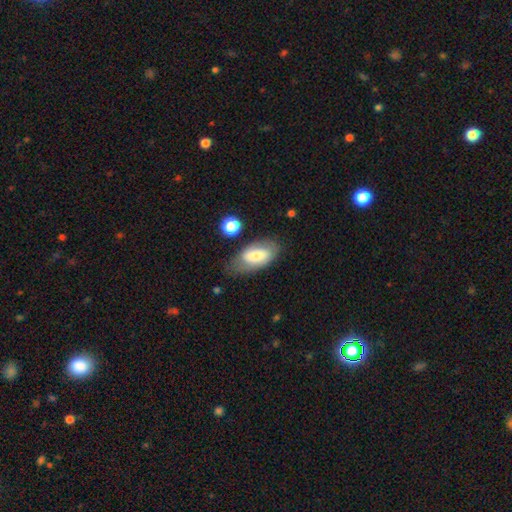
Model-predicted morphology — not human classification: The model was most divided on "smooth or featured": smooth: 66%, featured or disk: 27%, star or artifact: 7%. More confident: how rounded — in between (91%); merging — none (64%).